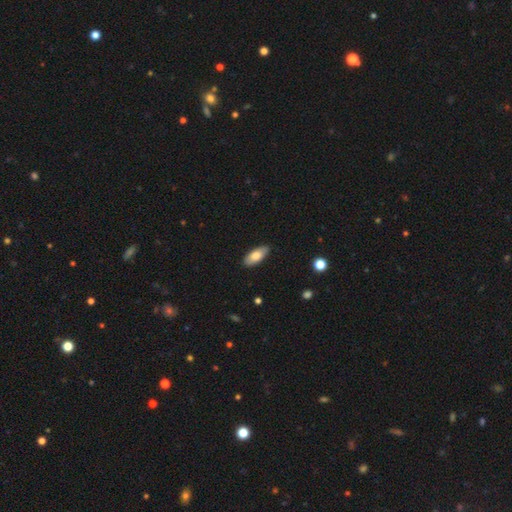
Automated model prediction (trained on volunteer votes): Smooth or featured? Predicted: smooth (p=0.79). How rounded? Predicted: in between (p=0.85). Merging? Predicted: none (p=0.87).